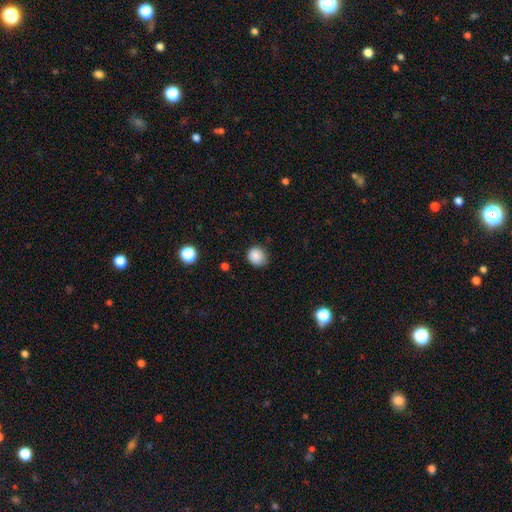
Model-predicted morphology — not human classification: Smooth or featured?
  - smooth: 86% *
  - star or artifact: 10%
  - featured or disk: 4%
How rounded?
  - round: 86% *
  - in between: 13%
  - cigar-shaped: 1%
Merging?
  - none: 77% *
  - minor disturbance: 18%
  - major disturbance: 3%
  - merger: 1%